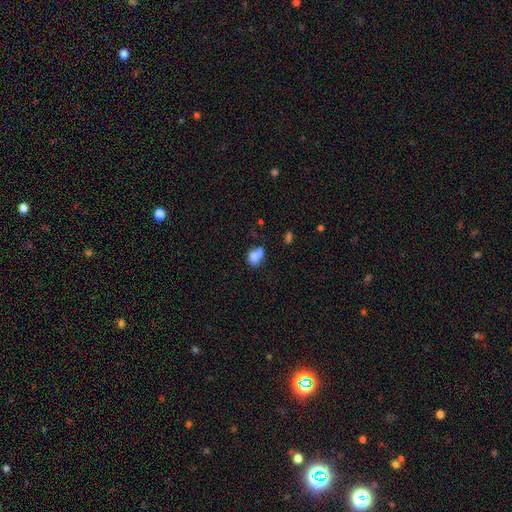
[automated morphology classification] The model was most divided on "merging": merger: 49%, none: 27%, minor disturbance: 15%, major disturbance: 10%. More confident: smooth or featured — smooth (73%); how rounded — in between (61%).